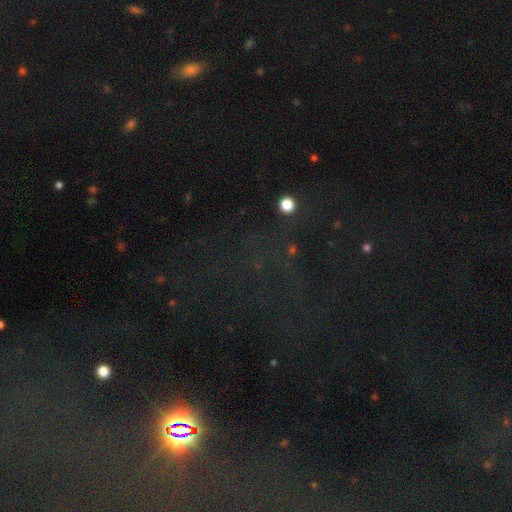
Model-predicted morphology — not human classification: The model was most divided on "smooth or featured": star or artifact: 70%, smooth: 17%, featured or disk: 13%.